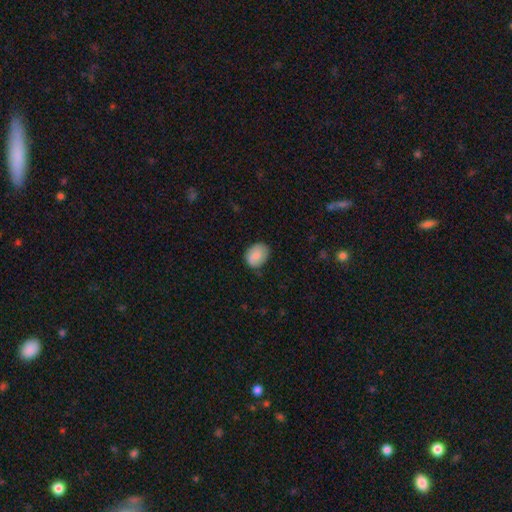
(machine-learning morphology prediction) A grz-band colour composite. It shows a smooth galaxy with no disk features (81%) that is in between round and cigar-shaped (56%). Merging: none (72%).